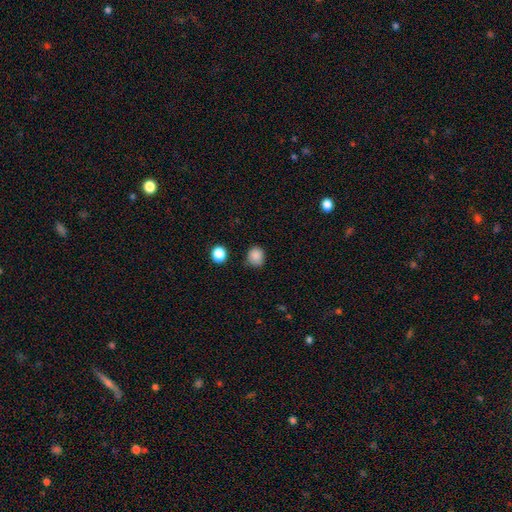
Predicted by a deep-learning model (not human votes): smooth-or-featured: smooth: 85% | star or artifact: 11% | featured or disk: 4%
  how-rounded: round: 79% | in between: 20% | cigar-shaped: 1%
  merging: none: 73% | minor disturbance: 20% | major disturbance: 4% | merger: 2%